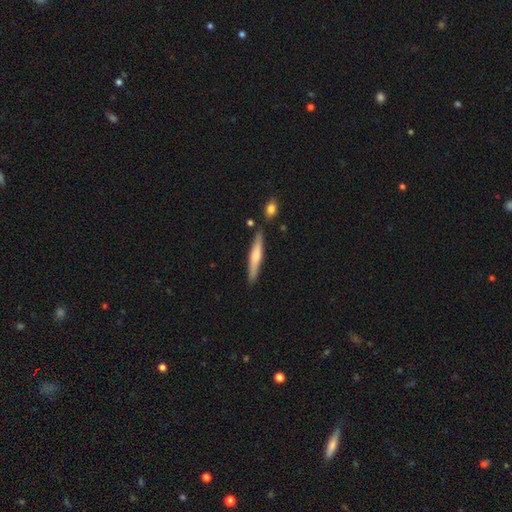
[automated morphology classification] This appears to be a smooth galaxy with no disk features (53%) that is cigar-shaped (91%). Merging: none (84%).